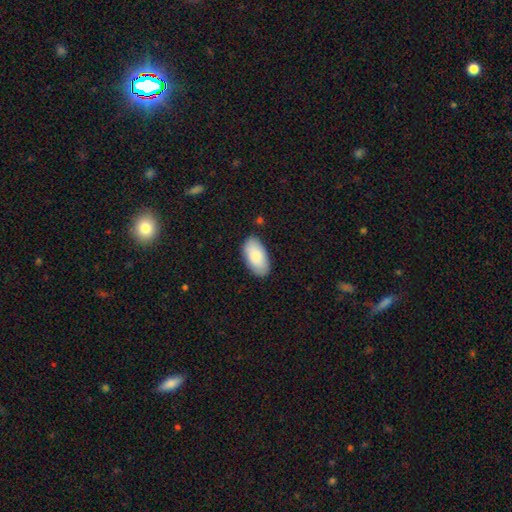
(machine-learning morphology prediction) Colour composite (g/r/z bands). It shows a smooth galaxy with no disk features (84%) that is in between round and cigar-shaped (95%). Merging: none (85%).